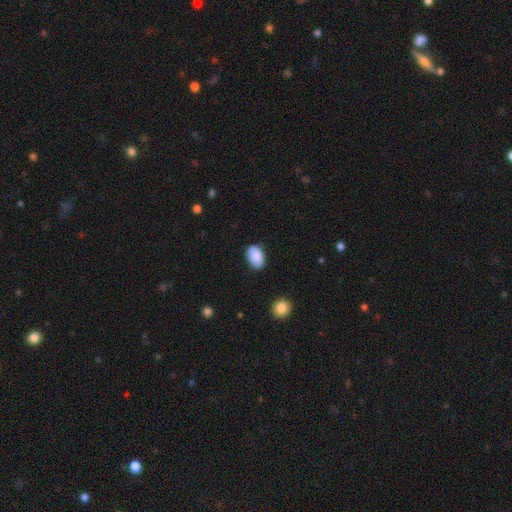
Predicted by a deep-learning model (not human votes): Smooth or featured? Predicted: smooth (p=0.89). How rounded? Predicted: in between (p=0.89). Merging? Predicted: none (p=0.83).